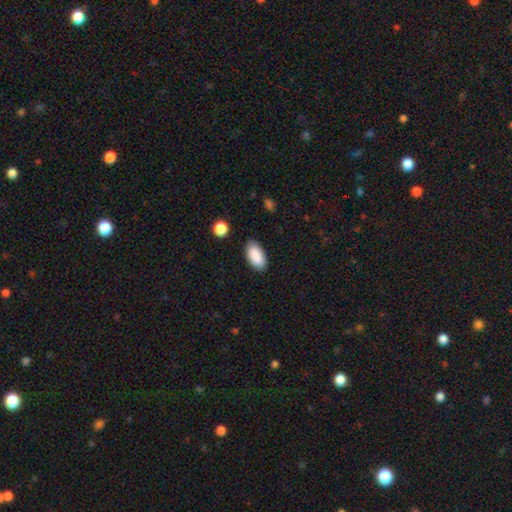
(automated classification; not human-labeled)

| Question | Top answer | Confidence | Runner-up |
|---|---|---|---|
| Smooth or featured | smooth | 90% | star or artifact (6%) |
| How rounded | in between | 94% | cigar-shaped (4%) |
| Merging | none | 86% | minor disturbance (10%) |